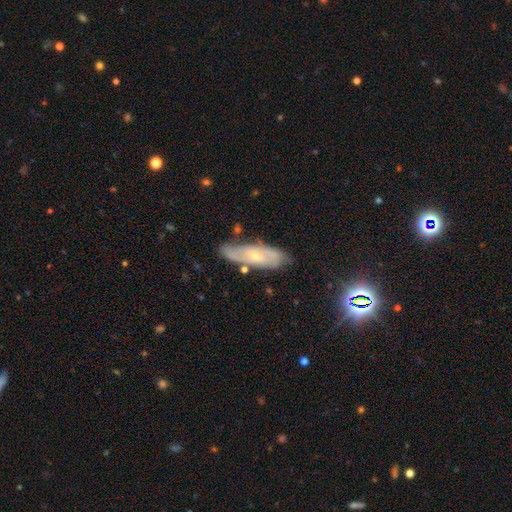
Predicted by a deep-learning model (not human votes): A featured or disk galaxy (63%).

Vote fractions:
- Smooth or featured? featured or disk: 63% / smooth: 29% / star or artifact: 8%
- Edge-on disk? no: 75% / yes: 25%
- Merging? none: 71% / minor disturbance: 20% / major disturbance: 5% / merger: 4%